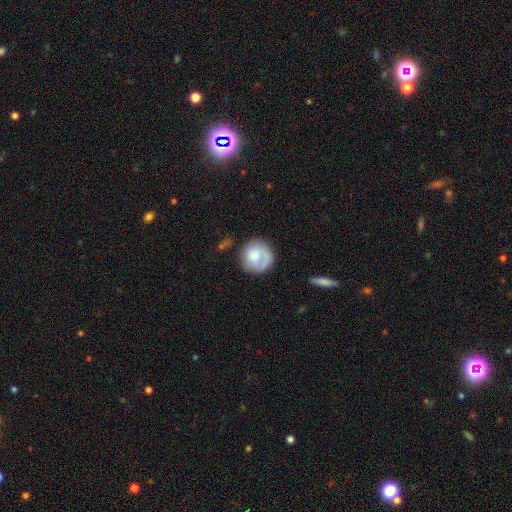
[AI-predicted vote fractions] A smooth galaxy with no disk features (66%) that is round (91%).

Vote fractions:
- Smooth or featured? smooth: 66% / featured or disk: 28% / star or artifact: 6%
- How rounded? round: 91% / in between: 8% / cigar-shaped: 1%
- Merging? none: 69% / minor disturbance: 18% / major disturbance: 9% / merger: 3%